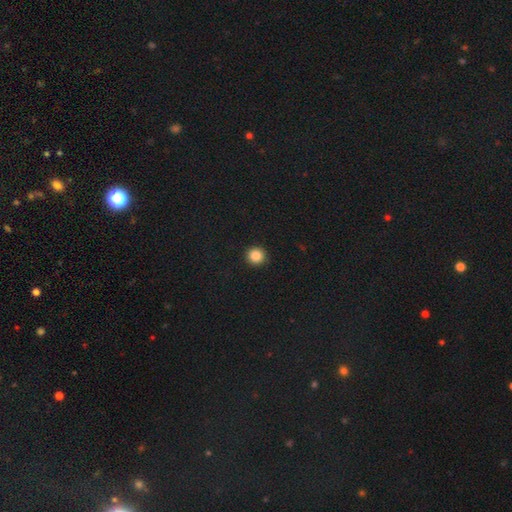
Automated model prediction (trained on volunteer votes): Q: Smooth or featured?
A: smooth (86%); runner-up: star or artifact (10%)
Q: How rounded?
A: round (95%); runner-up: in between (4%)
Q: Merging?
A: none (93%); runner-up: minor disturbance (4%)